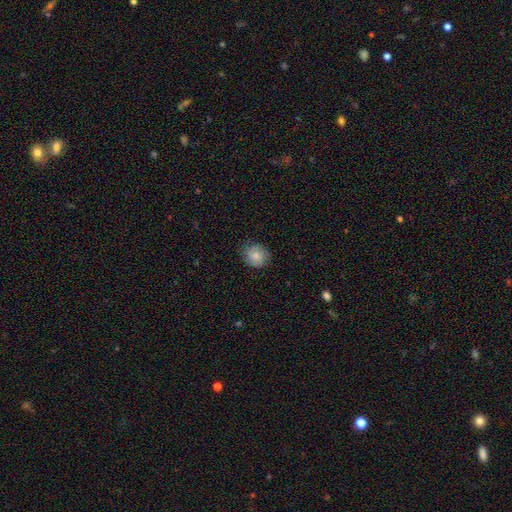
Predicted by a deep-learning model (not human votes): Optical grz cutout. It shows a smooth galaxy with no disk features (82%) that is round (84%). Merging: none (82%).